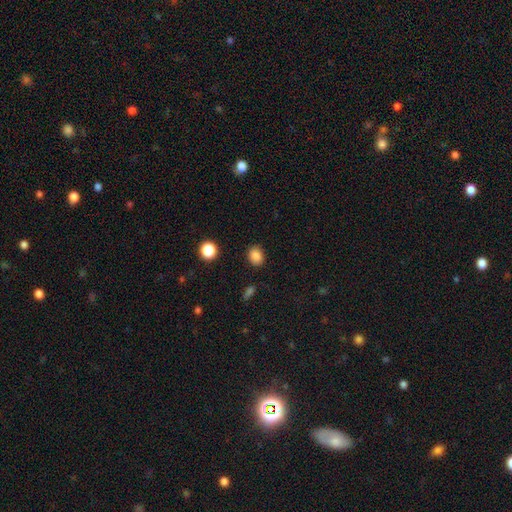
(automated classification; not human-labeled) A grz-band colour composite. It shows a smooth galaxy with no disk features (85%) that is in between round and cigar-shaped (52%). Merging: none (87%).